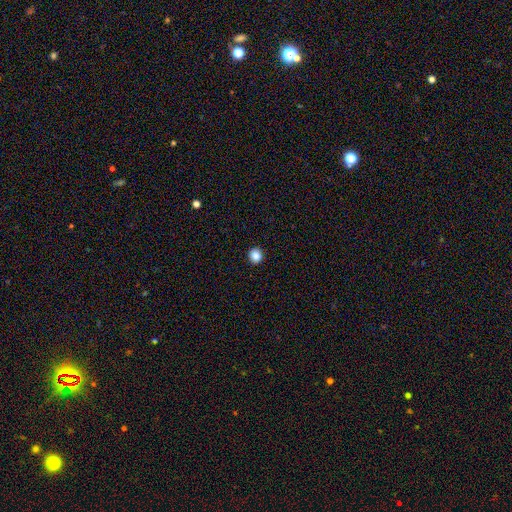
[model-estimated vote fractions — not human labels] smooth_or_featured: smooth (p=0.86) [alt: star or artifact p=0.10]
how_rounded: round (p=0.88) [alt: in between p=0.11]
merging: none (p=0.93) [alt: minor disturbance p=0.05]